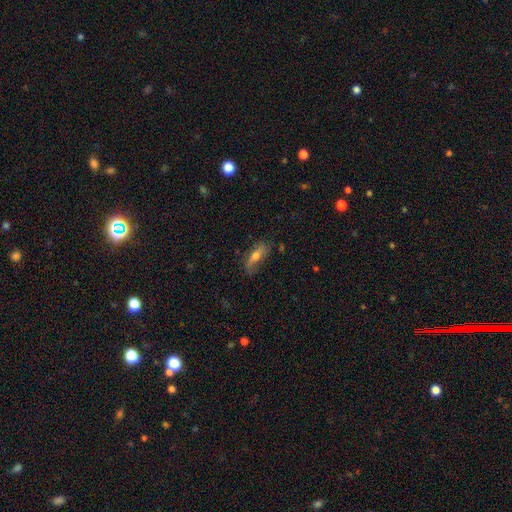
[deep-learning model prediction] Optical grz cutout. It shows a smooth galaxy with no disk features (48%). Merging: none (64%).